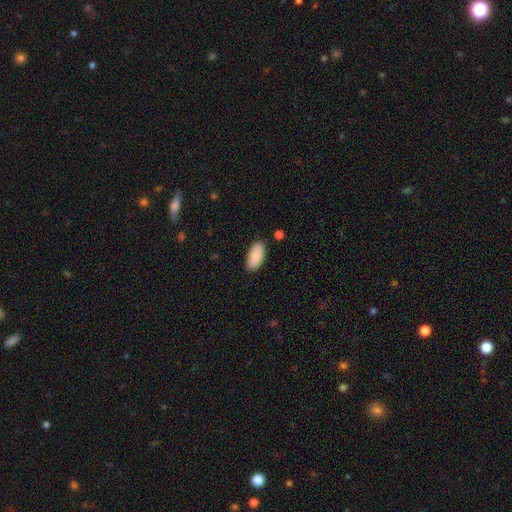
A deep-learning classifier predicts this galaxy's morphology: This appears to be a smooth galaxy with no disk features (89%) that is in between round and cigar-shaped (91%). Merging: none (85%).